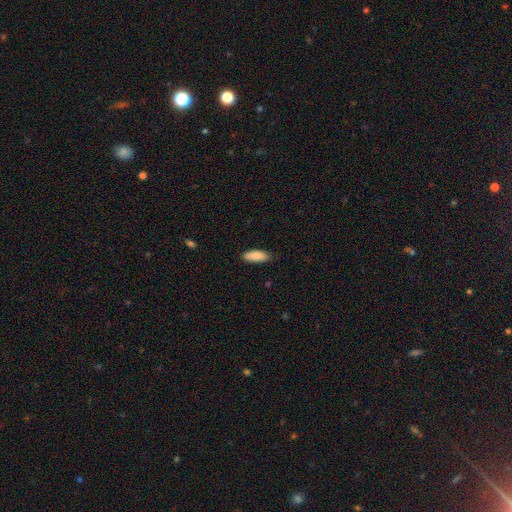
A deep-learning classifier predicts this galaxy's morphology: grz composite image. It shows a smooth galaxy with no disk features (88%) that is in between round and cigar-shaped (75%). Merging: none (86%).